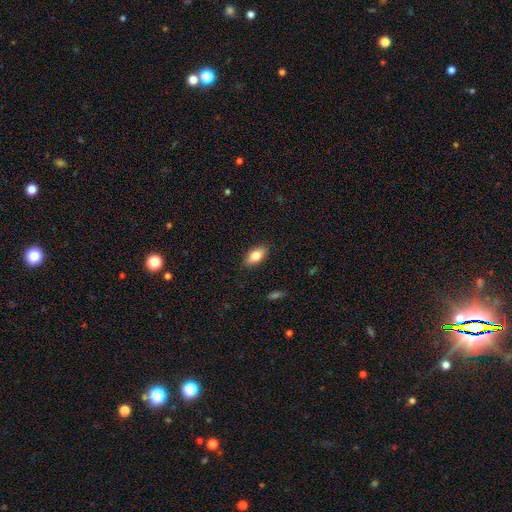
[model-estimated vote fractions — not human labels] Smooth or featured: smooth — 81% (featured or disk — 12%)
How rounded: in between — 90% (round — 5%)
Merging: none — 87% (minor disturbance — 10%)